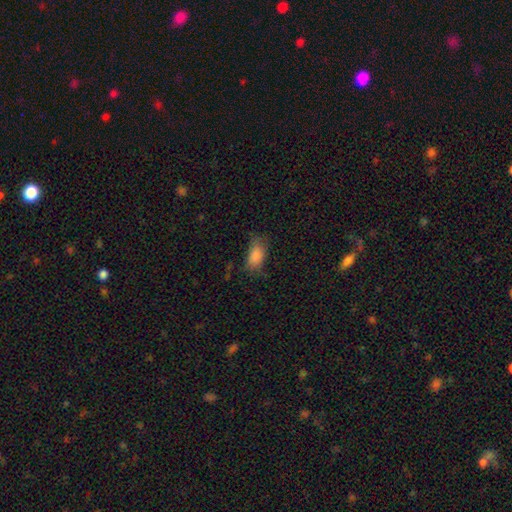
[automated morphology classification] A smooth galaxy with no disk features (84%) that is in between round and cigar-shaped (90%).

Vote fractions:
- Smooth or featured? smooth: 84% / star or artifact: 9% / featured or disk: 7%
- How rounded? in between: 90% / round: 5% / cigar-shaped: 4%
- Merging? none: 57% / minor disturbance: 28% / major disturbance: 13% / merger: 2%